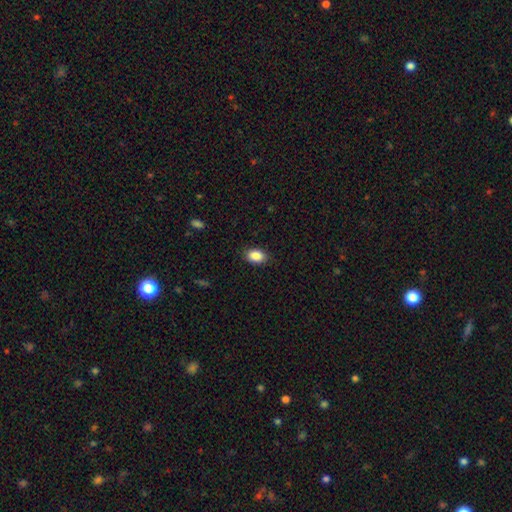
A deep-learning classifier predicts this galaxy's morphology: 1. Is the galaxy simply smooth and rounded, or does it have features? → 88% smooth, 8% star or artifact, 4% featured or disk.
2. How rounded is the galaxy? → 85% in between, 14% round, 1% cigar-shaped.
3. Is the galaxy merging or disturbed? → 87% none, 10% minor disturbance, 2% major disturbance, 1% merger.